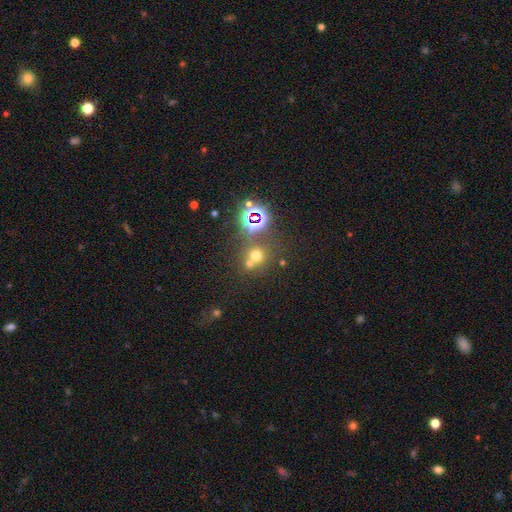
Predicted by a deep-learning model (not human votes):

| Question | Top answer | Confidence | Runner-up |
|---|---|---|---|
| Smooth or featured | smooth | 54% | star or artifact (36%) |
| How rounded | round | 86% | in between (13%) |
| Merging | none | 59% | merger (29%) |